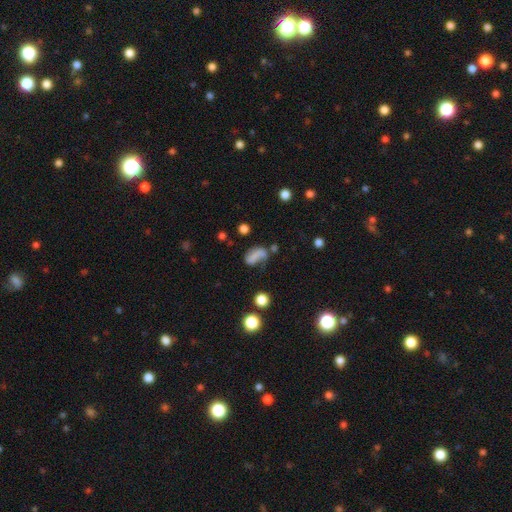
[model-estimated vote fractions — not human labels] Smooth or featured: smooth — 51% (featured or disk — 35%)
How rounded: in between — 78% (round — 17%)
Merging: none — 38% (major disturbance — 25%)